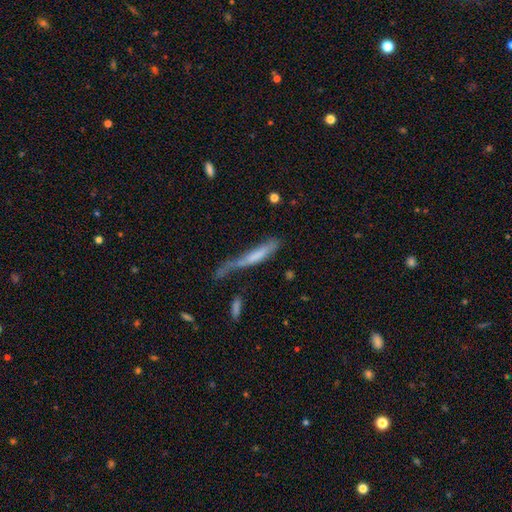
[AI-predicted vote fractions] Overall: smooth (59%; featured or disk 33%). How rounded: cigar-shaped (88%). Merging: major disturbance (36%; none 24%).